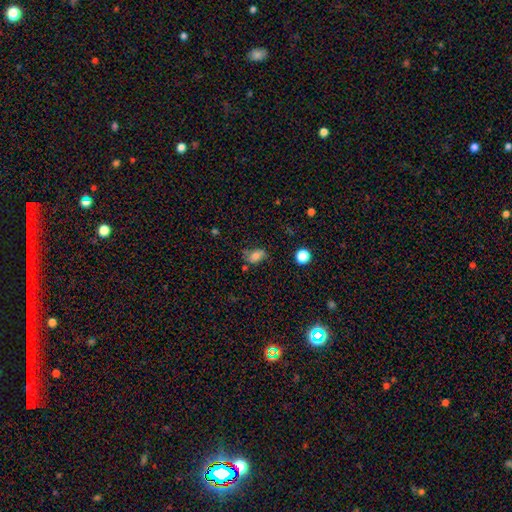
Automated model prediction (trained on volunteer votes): Smooth or featured: smooth — 76% (featured or disk — 13%)
How rounded: in between — 82% (round — 15%)
Merging: none — 59% (minor disturbance — 27%)